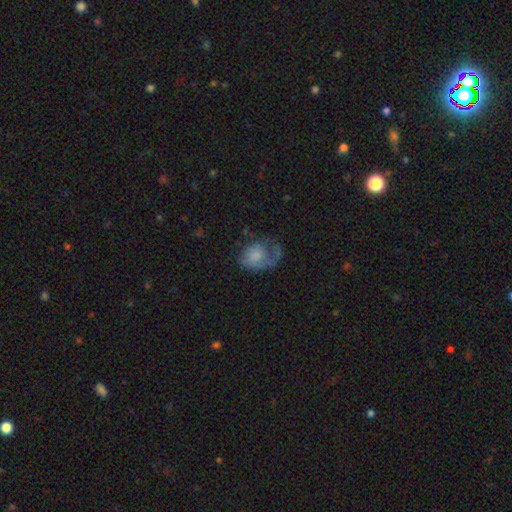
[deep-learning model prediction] Smooth or featured?
  - smooth: 50% *
  - featured or disk: 41%
  - star or artifact: 9%
Merging?
  - major disturbance: 44% *
  - none: 30%
  - minor disturbance: 23%
  - merger: 3%